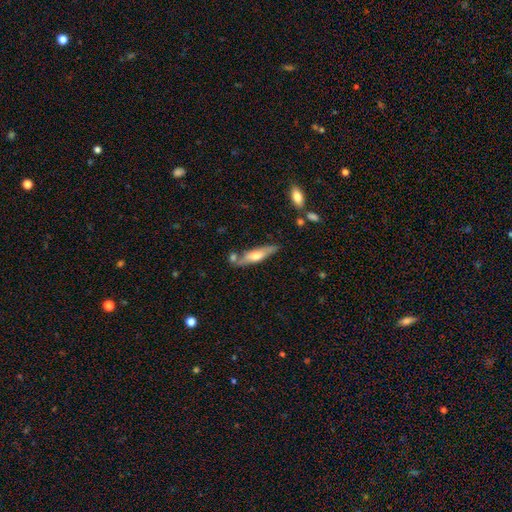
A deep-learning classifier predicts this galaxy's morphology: This is possibly a smooth galaxy (48%). Merging: likely none (68%).